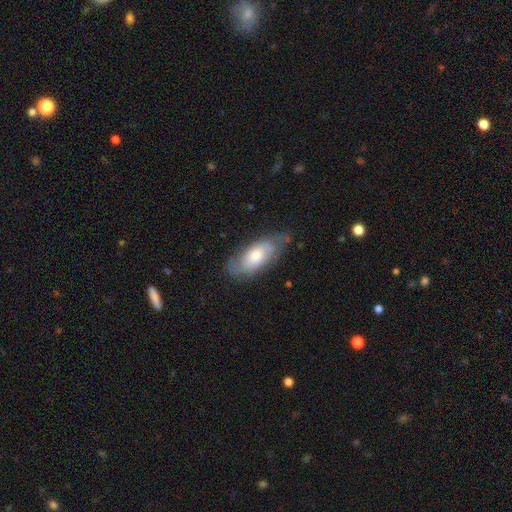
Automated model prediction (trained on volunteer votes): This is possibly a smooth galaxy (50%). How rounded: clearly in between (83%). Merging: likely none (66%).